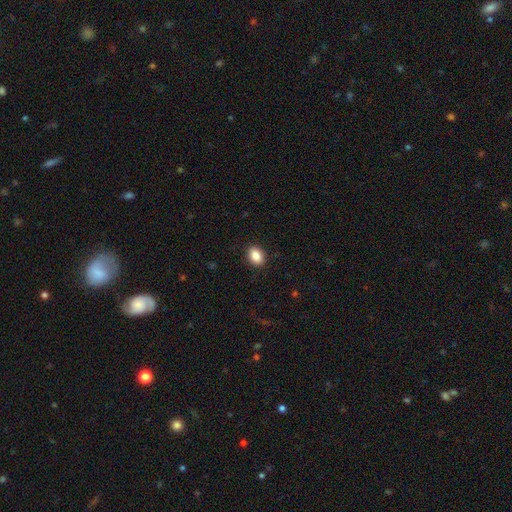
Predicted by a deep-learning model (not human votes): smooth_or_featured: smooth (p=0.87) [alt: star or artifact p=0.08]
how_rounded: in between (p=0.71) [alt: round p=0.28]
merging: none (p=0.90) [alt: minor disturbance p=0.07]